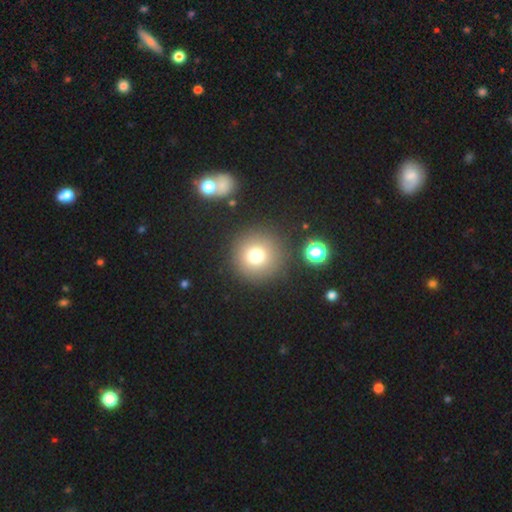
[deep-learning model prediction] A smooth galaxy with no disk features (75%) that is round (95%).

Vote fractions:
- Smooth or featured? smooth: 75% / star or artifact: 15% / featured or disk: 10%
- How rounded? round: 95% / in between: 4% / cigar-shaped: 1%
- Merging? none: 86% / minor disturbance: 7% / merger: 4% / major disturbance: 3%